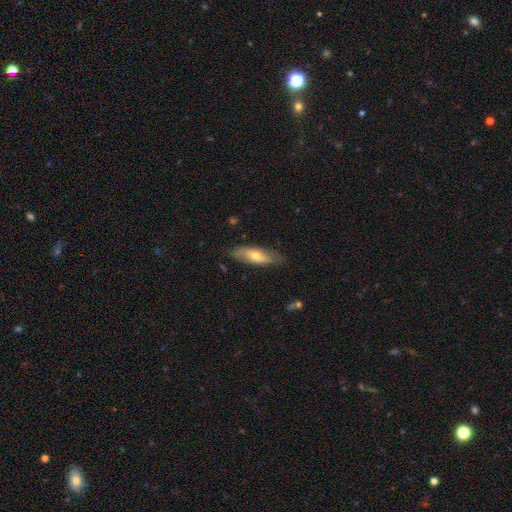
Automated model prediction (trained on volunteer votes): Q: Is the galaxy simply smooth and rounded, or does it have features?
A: smooth — 56%.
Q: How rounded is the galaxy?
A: in between — 56%.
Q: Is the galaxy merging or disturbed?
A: none — 78%.